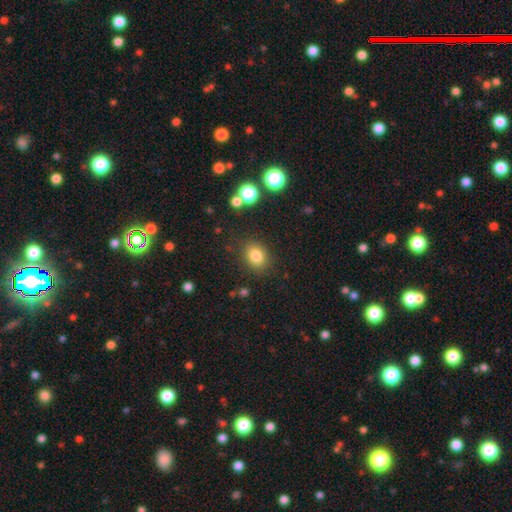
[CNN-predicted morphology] smooth_or_featured: smooth (p=0.81) [alt: star or artifact p=0.12]
how_rounded: round (p=0.53) [alt: in between p=0.46]
merging: none (p=0.83) [alt: minor disturbance p=0.11]